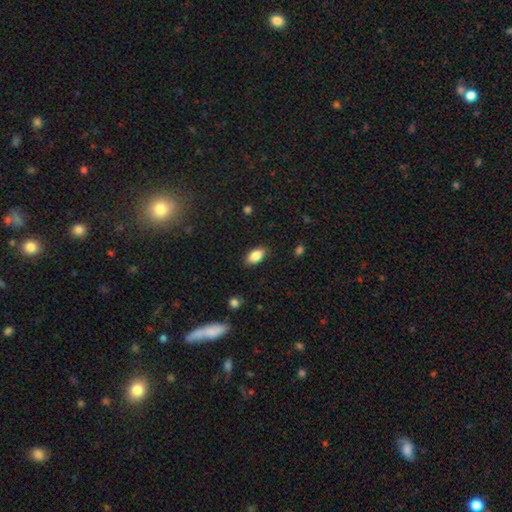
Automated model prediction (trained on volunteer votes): Smooth or featured? Predicted: smooth (p=0.87). How rounded? Predicted: in between (p=0.92). Merging? Predicted: none (p=0.86).